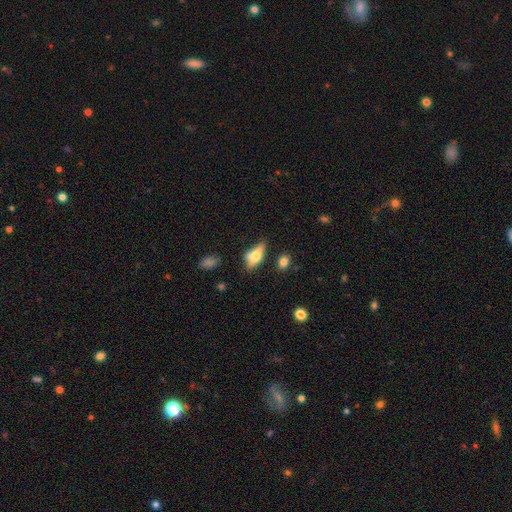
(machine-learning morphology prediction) Q: Smooth or featured?
A: smooth (61%); runner-up: featured or disk (31%)
Q: How rounded?
A: in between (78%); runner-up: cigar-shaped (17%)
Q: Merging?
A: none (48%); runner-up: minor disturbance (30%)